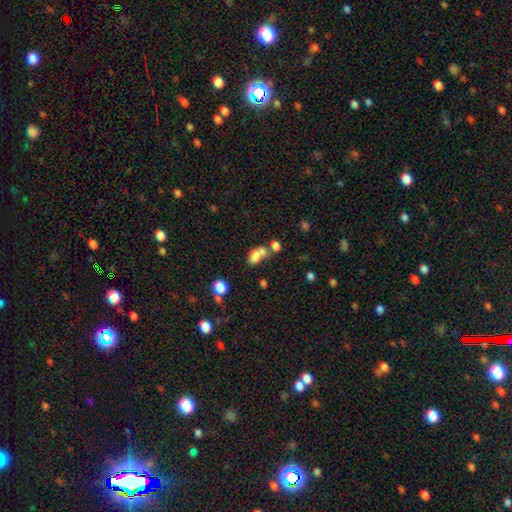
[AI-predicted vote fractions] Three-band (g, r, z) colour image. It shows a smooth galaxy with no disk features (72%) that is in between round and cigar-shaped (72%). Merging: merger (57%).